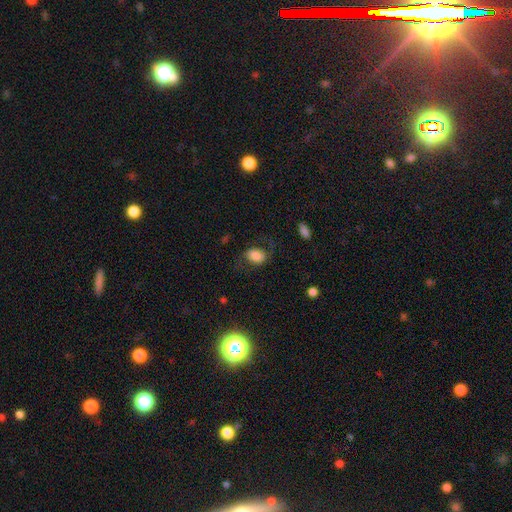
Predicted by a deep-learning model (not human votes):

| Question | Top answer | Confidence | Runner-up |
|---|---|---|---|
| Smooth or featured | smooth | 68% | featured or disk (23%) |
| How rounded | in between | 76% | round (22%) |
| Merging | none | 60% | minor disturbance (19%) |